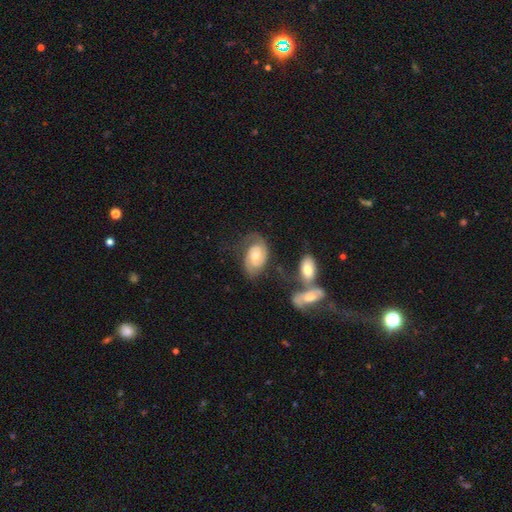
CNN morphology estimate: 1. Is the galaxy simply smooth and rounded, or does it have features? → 78% featured or disk, 16% smooth, 6% star or artifact.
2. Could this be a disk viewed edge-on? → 97% no, 3% yes.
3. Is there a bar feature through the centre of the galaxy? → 69% no, 26% weak, 5% strong.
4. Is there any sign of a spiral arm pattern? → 93% yes, 7% no.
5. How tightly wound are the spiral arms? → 49% tight, 37% medium, 14% loose.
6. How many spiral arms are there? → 79% 2, 10% can't tell, 7% 1, 3% 3, 1% 4, 1% more than 4.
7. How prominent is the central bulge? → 67% moderate, 26% small, 5% large, 1% none, 1% dominant.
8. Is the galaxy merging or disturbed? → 54% none, 20% minor disturbance, 16% major disturbance, 9% merger.